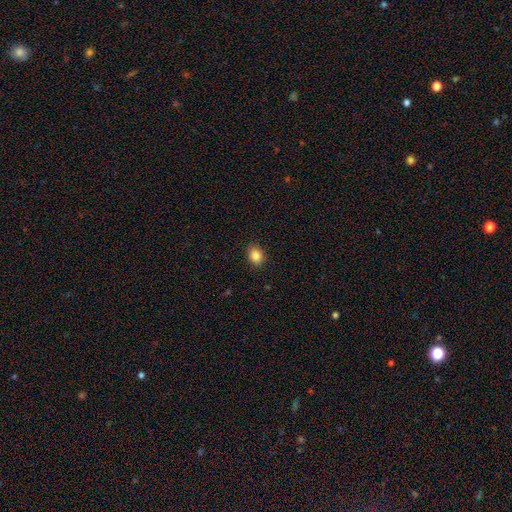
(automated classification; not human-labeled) Q: Smooth or featured?
A: smooth (86%); runner-up: star or artifact (9%)
Q: How rounded?
A: in between (59%); runner-up: round (40%)
Q: Merging?
A: none (88%); runner-up: minor disturbance (9%)